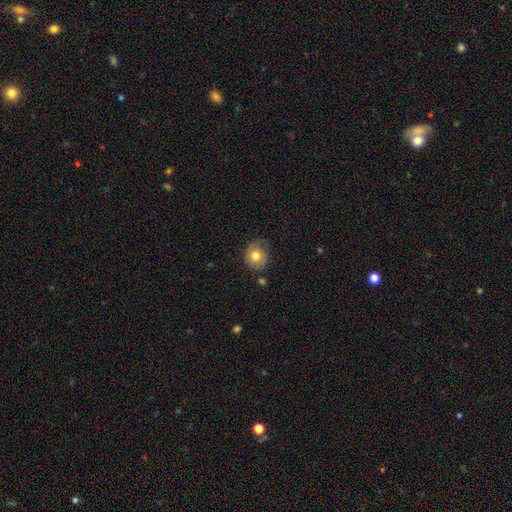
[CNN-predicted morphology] This appears to be a smooth galaxy with no disk features (74%) that is round (74%). Merging: none (69%).